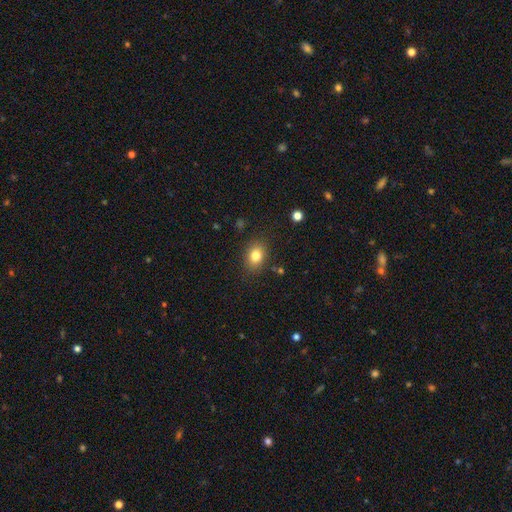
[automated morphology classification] type=smooth (81%); roundness=in between (66%); merging=none (85%).